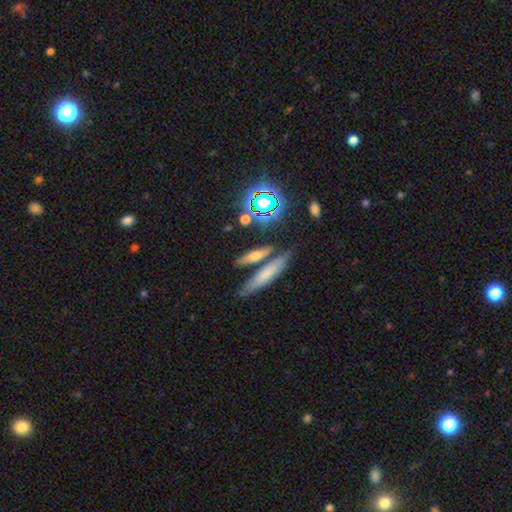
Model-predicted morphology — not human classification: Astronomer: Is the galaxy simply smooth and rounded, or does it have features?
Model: smooth — 61%.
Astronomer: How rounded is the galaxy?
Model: cigar-shaped — 72%.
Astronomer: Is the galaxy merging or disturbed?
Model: none — 71%.